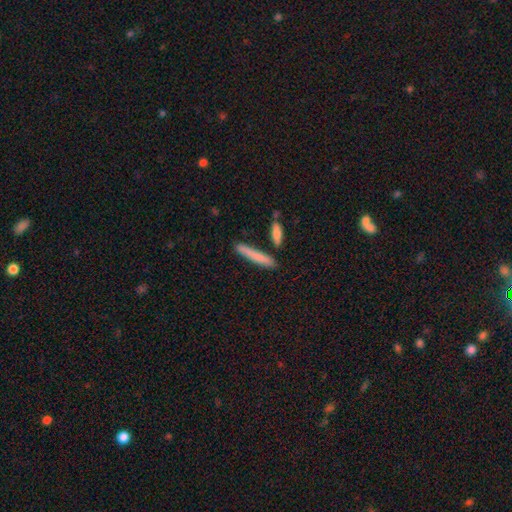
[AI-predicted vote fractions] smooth_or_featured: smooth (p=0.74) [alt: featured or disk p=0.19]
how_rounded: cigar-shaped (p=0.93) [alt: in between p=0.06]
merging: none (p=0.76) [alt: minor disturbance p=0.12]